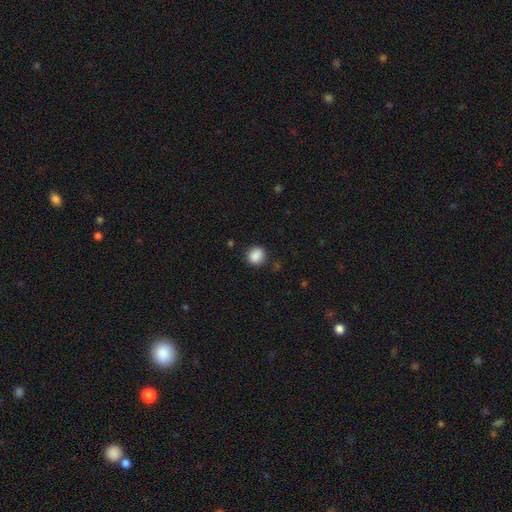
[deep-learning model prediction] Overall: smooth (87%). How rounded: round (75%). Merging: none (82%).